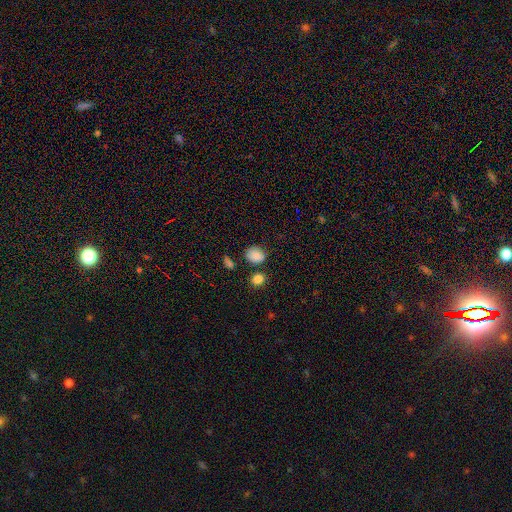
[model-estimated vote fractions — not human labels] Smooth or featured? smooth (84%)
How rounded? round (59%)
Merging? none (72%)